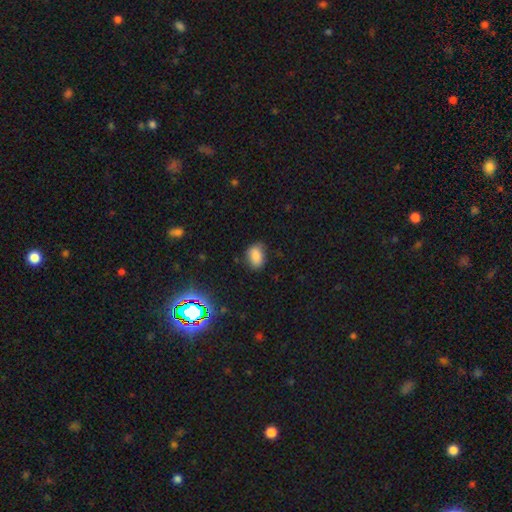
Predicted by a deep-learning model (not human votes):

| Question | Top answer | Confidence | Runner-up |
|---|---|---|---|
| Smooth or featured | smooth | 83% | star or artifact (11%) |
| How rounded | in between | 80% | round (18%) |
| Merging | none | 75% | minor disturbance (19%) |